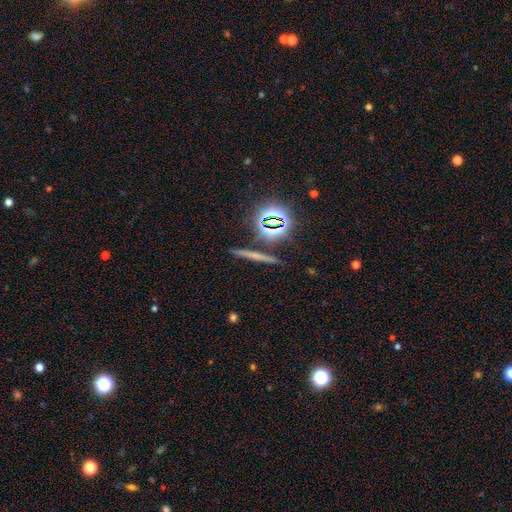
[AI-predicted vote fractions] smooth_or_featured: smooth (p=0.41) [alt: featured or disk p=0.33]
merging: none (p=0.87) [alt: minor disturbance p=0.07]